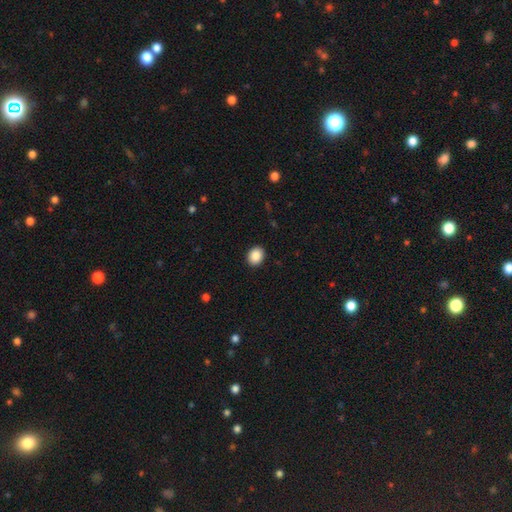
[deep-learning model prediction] Smooth or featured: smooth — 88% (star or artifact — 8%)
How rounded: round — 51% (in between — 48%)
Merging: none — 92% (minor disturbance — 6%)